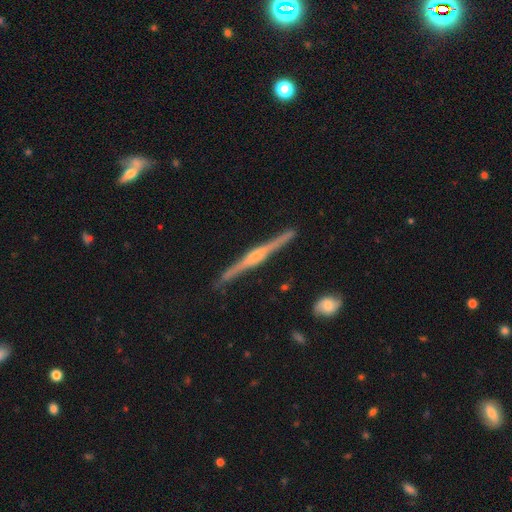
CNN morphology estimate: This appears to be a featured or disk galaxy (83%) viewed edge-on (98%) with a rounded central bulge (70%). Merging: none (89%).